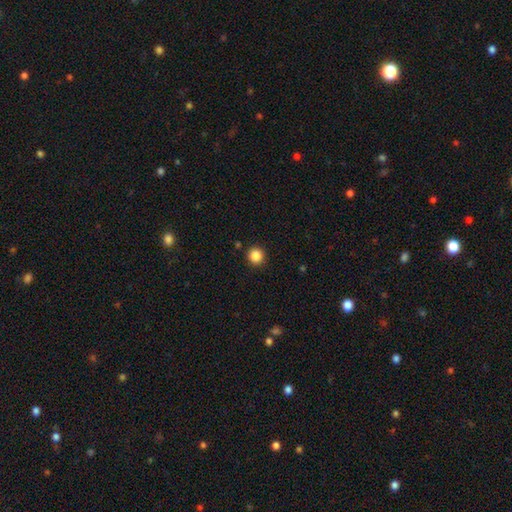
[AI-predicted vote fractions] smooth 87%, star or artifact 11%, featured or disk 3%. Down the decision tree: how rounded — round (95%); merging — none (92%).